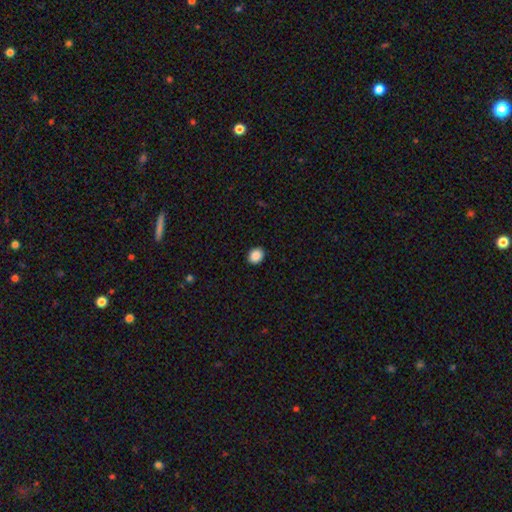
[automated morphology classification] type=smooth (89%); roundness=round (66%); merging=none (92%).